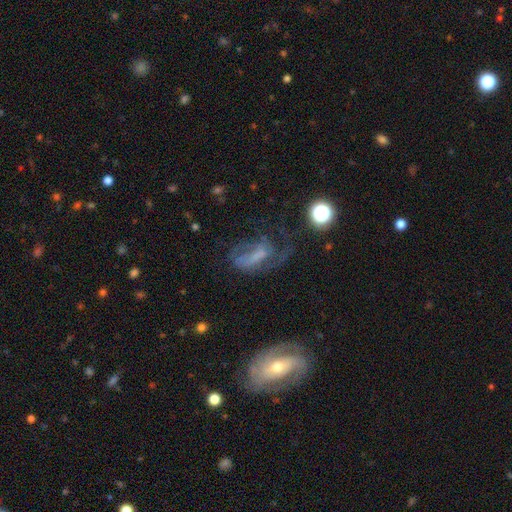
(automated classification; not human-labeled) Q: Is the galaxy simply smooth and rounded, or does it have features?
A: featured or disk — 58%.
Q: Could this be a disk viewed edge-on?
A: no — 94%.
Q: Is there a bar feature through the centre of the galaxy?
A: no — 48%.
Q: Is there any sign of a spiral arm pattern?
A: yes — 66%.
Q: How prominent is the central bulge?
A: none — 45%.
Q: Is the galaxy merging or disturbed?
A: major disturbance — 41%.